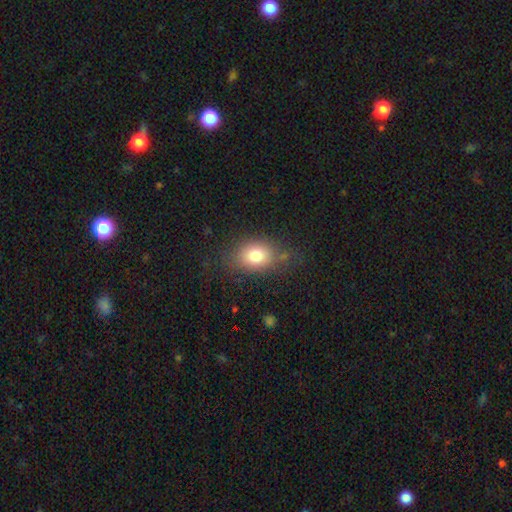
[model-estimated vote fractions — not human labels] A smooth galaxy with no disk features (78%) that is in between round and cigar-shaped (72%).

Vote fractions:
- Smooth or featured? smooth: 78% / featured or disk: 11% / star or artifact: 10%
- How rounded? in between: 72% / round: 26% / cigar-shaped: 2%
- Merging? none: 71% / minor disturbance: 19% / major disturbance: 7% / merger: 2%